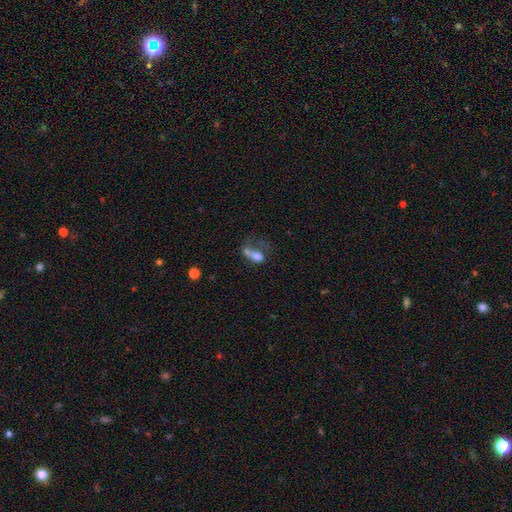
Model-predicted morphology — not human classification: Smooth or featured? Predicted: smooth (p=0.60). How rounded? Predicted: in between (p=0.74). Merging? Predicted: major disturbance (p=0.39).